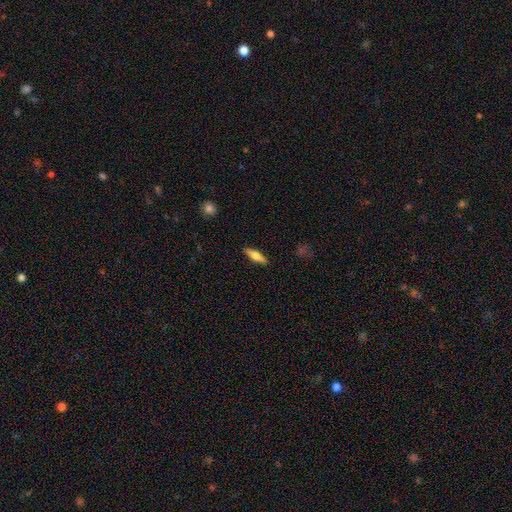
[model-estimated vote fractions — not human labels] Smooth or featured?
  - smooth: 57% *
  - featured or disk: 37%
  - star or artifact: 7%
How rounded?
  - cigar-shaped: 49% *
  - in between: 48%
  - round: 3%
Merging?
  - none: 88% *
  - minor disturbance: 9%
  - major disturbance: 2%
  - merger: 1%